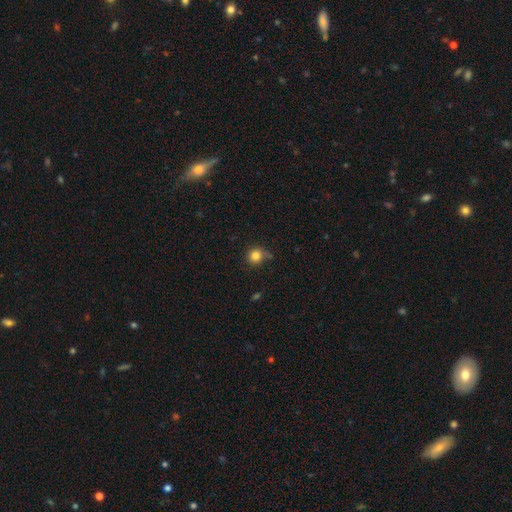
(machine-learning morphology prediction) Q: Smooth or featured?
A: smooth (82%); runner-up: star or artifact (11%)
Q: How rounded?
A: round (90%); runner-up: in between (9%)
Q: Merging?
A: none (67%); runner-up: minor disturbance (23%)